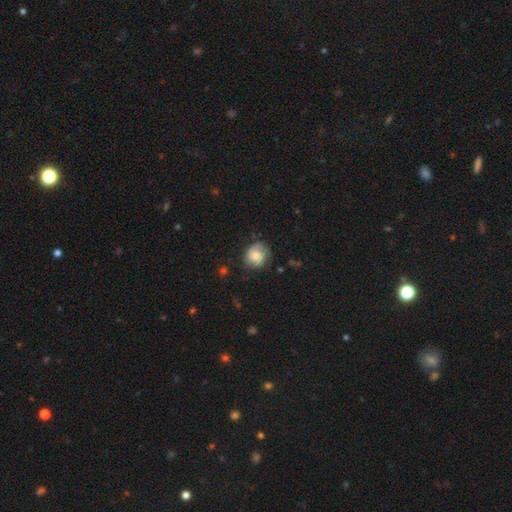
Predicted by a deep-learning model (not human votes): Morphology: type=smooth (60%); roundness=round (80%); merging=none (65%).